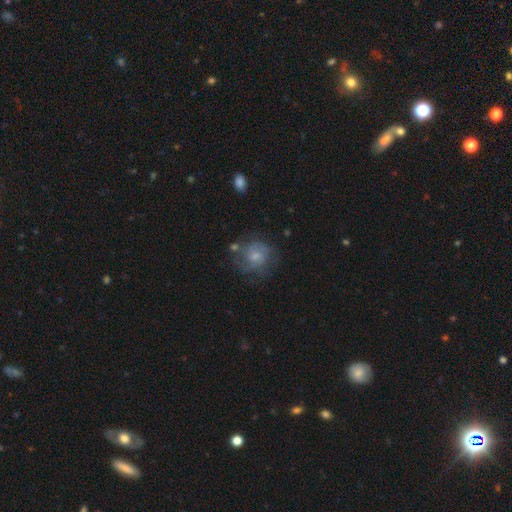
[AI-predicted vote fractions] Smooth or featured? featured or disk (49%)
Merging? none (61%)